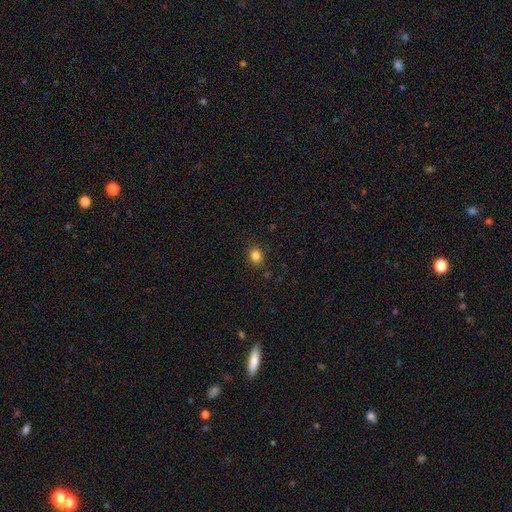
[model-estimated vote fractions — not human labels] Q: Smooth or featured?
A: smooth (83%); runner-up: star or artifact (12%)
Q: How rounded?
A: round (63%); runner-up: in between (36%)
Q: Merging?
A: none (88%); runner-up: minor disturbance (8%)